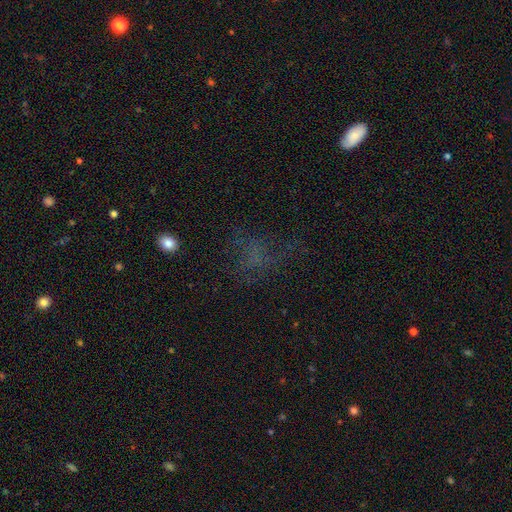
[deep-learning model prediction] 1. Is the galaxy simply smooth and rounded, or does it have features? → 38% smooth, 33% star or artifact, 29% featured or disk.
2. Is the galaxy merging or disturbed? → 49% none, 32% major disturbance, 17% minor disturbance, 3% merger.